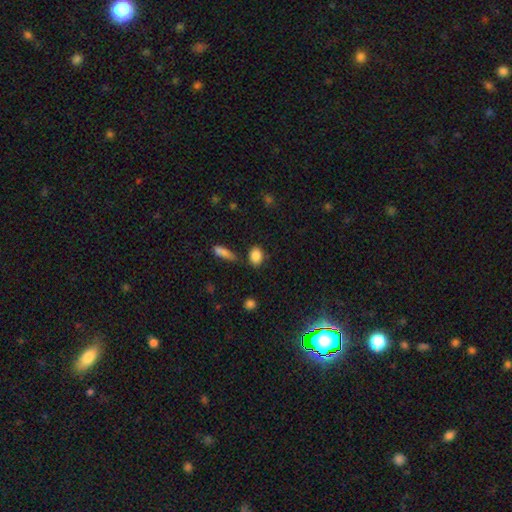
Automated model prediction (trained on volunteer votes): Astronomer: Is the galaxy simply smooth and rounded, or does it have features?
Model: smooth — 86%.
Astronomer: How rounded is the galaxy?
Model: in between — 63%.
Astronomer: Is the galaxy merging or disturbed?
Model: none — 76%.